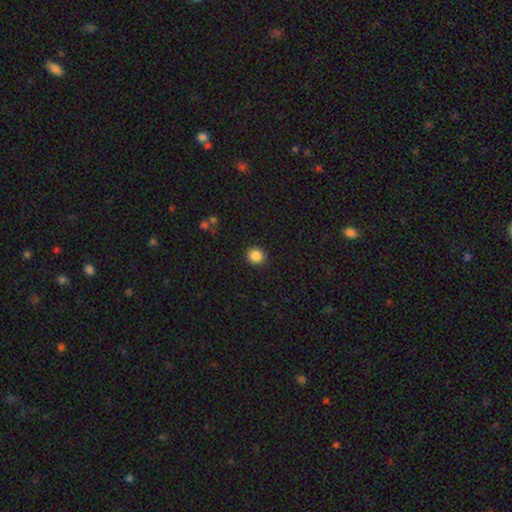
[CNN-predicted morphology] Smooth or featured? smooth (86%)
How rounded? round (84%)
Merging? none (91%)